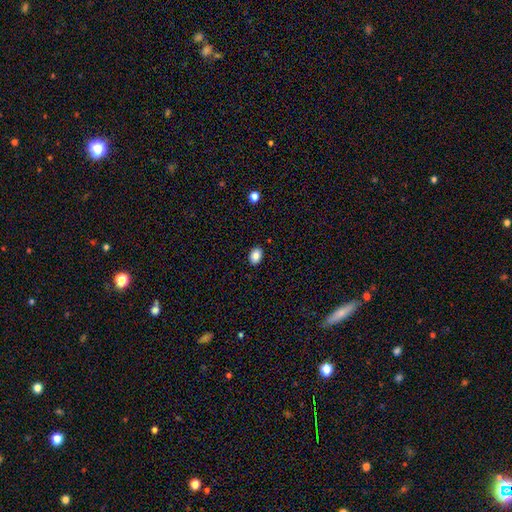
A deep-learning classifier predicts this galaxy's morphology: Smooth or featured: smooth — 85% (star or artifact — 8%)
How rounded: in between — 80% (round — 19%)
Merging: none — 89% (minor disturbance — 8%)